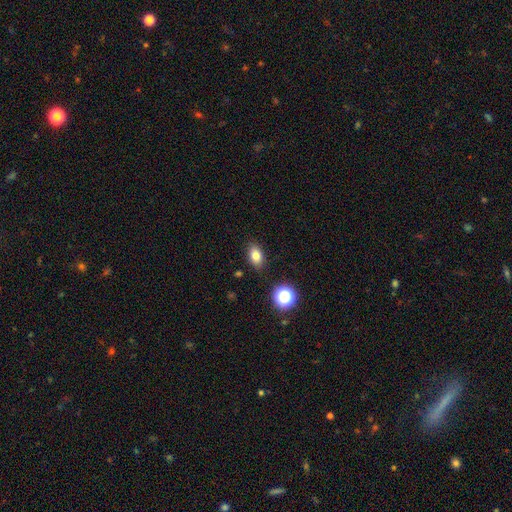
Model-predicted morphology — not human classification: Smooth or featured: smooth — 80% (star or artifact — 11%)
How rounded: in between — 84% (round — 14%)
Merging: none — 87% (minor disturbance — 9%)